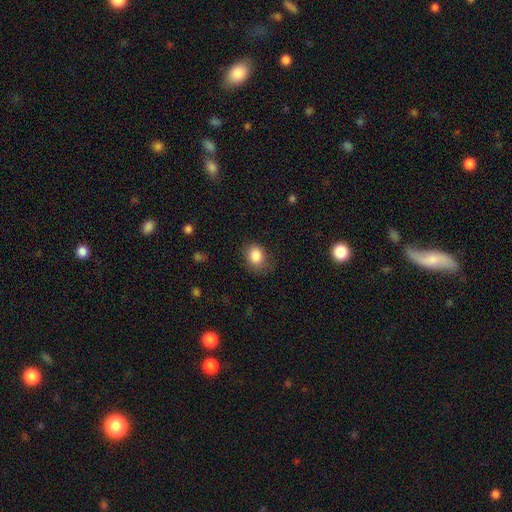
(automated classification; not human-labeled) Smooth or featured? smooth (85%)
How rounded? in between (50%)
Merging? none (68%)